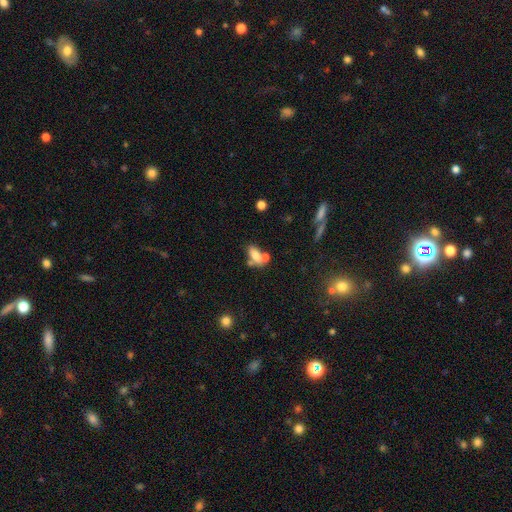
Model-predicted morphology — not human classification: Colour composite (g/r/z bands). It shows a smooth galaxy with no disk features (70%) that is in between round and cigar-shaped (83%). Merging: none (41%).